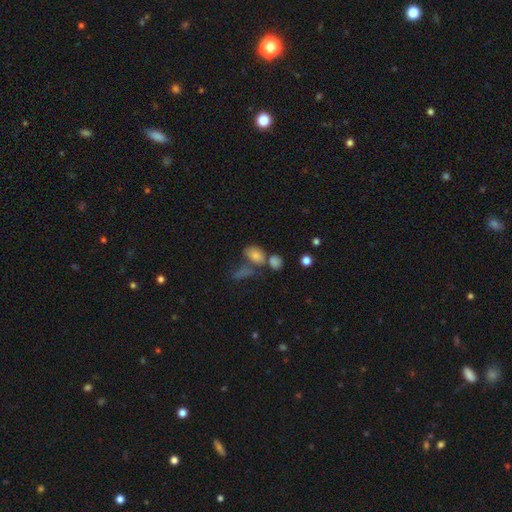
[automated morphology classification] Smooth or featured? smooth (73%)
How rounded? in between (77%)
Merging? none (42%)